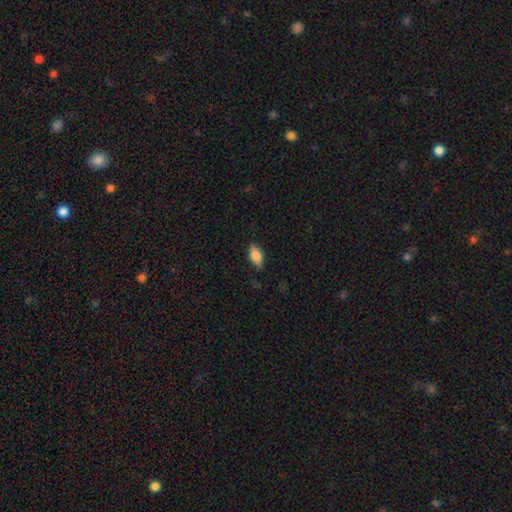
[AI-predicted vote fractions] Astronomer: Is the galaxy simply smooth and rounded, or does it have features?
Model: smooth — 73%.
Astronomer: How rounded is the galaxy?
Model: in between — 86%.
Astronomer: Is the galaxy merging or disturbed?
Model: none — 76%.